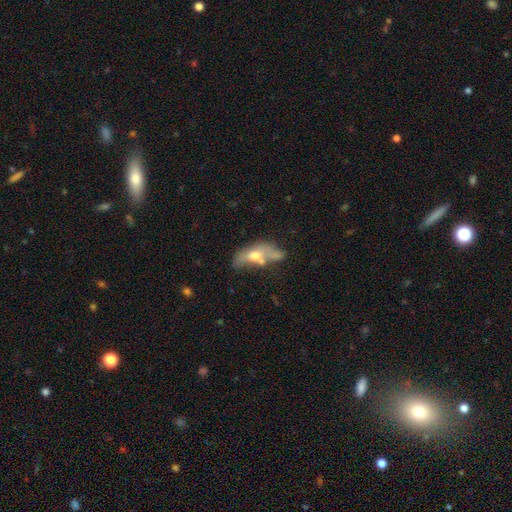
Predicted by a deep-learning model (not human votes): A smooth galaxy with no disk features (49%). Merging: merger (33%).